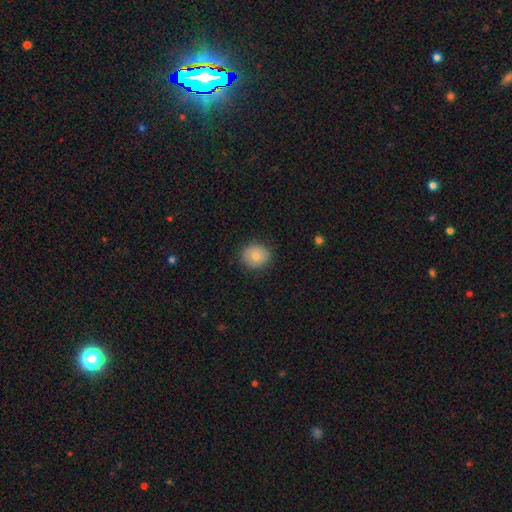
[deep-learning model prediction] A smooth galaxy with no disk features (79%) that is round (79%). Merging: none (85%).